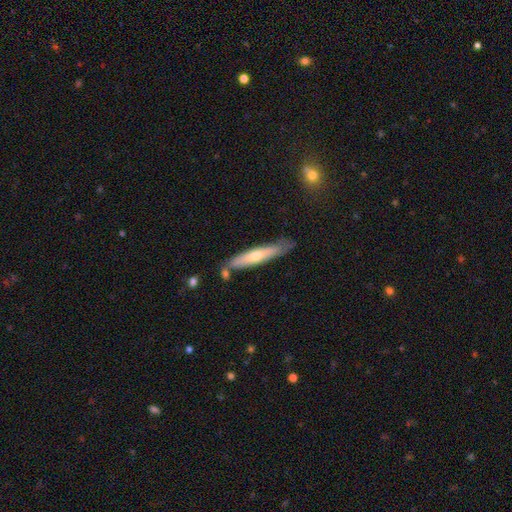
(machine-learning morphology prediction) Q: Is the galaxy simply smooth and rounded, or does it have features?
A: featured or disk — 54%.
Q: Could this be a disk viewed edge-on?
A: yes — 85%.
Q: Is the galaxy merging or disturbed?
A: none — 80%.